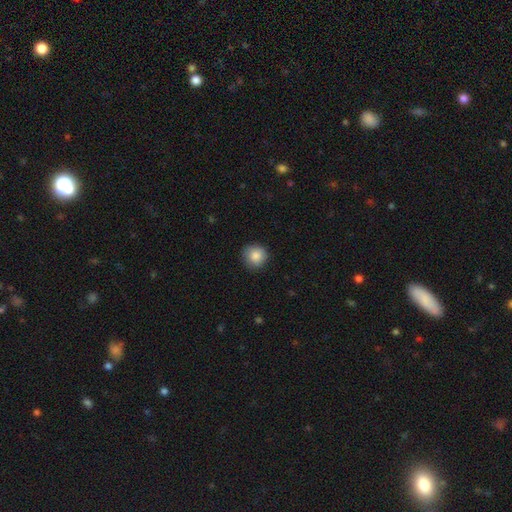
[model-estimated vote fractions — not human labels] Smooth or featured: smooth — 86% (star or artifact — 9%)
How rounded: round — 92% (in between — 7%)
Merging: none — 85% (minor disturbance — 12%)